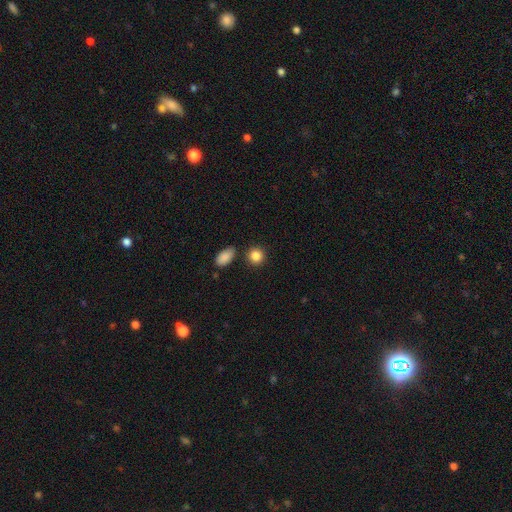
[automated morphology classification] Smooth or featured: smooth — 86% (star or artifact — 10%)
How rounded: round — 84% (in between — 15%)
Merging: none — 83% (minor disturbance — 8%)